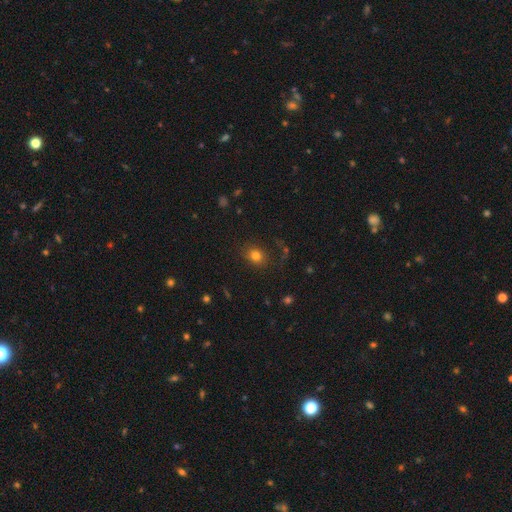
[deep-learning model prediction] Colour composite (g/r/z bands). It shows a smooth galaxy with no disk features (78%) that is round (61%). Merging: none (79%).